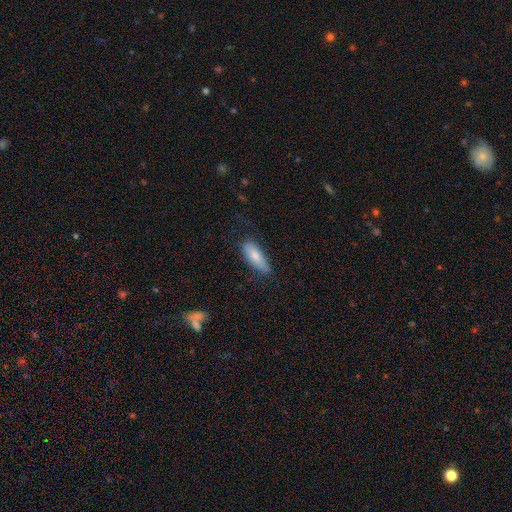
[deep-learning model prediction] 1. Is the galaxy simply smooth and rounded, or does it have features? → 77% smooth, 16% featured or disk, 6% star or artifact.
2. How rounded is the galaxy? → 63% in between, 35% cigar-shaped, 2% round.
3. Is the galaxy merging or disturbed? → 69% none, 24% minor disturbance, 5% major disturbance, 2% merger.